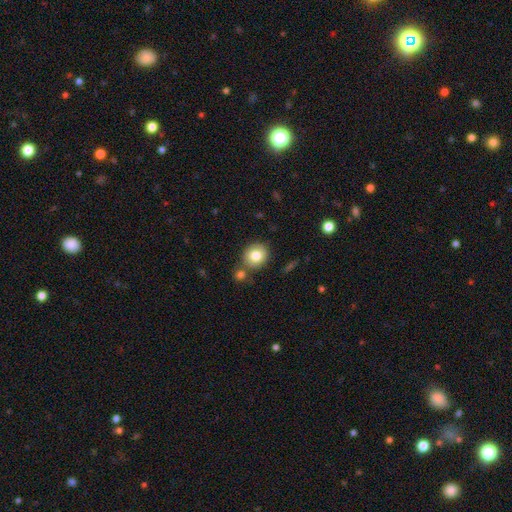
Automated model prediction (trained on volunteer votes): smooth-or-featured: smooth: 81% | featured or disk: 10% | star or artifact: 9%
  how-rounded: round: 74% | in between: 25% | cigar-shaped: 1%
  merging: none: 73% | merger: 12% | minor disturbance: 11% | major disturbance: 3%